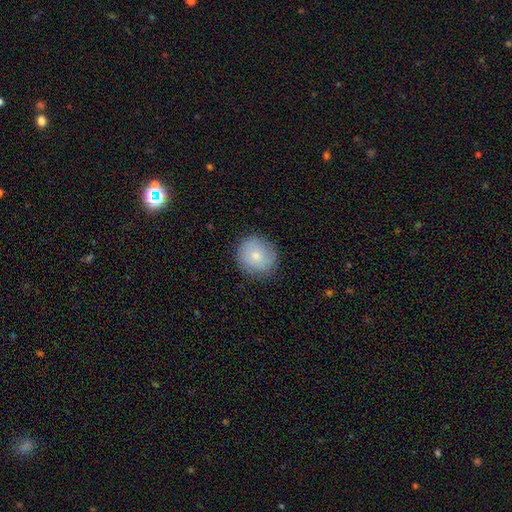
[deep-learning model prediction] Smooth or featured? Predicted: smooth (p=0.76). How rounded? Predicted: round (p=0.85). Merging? Predicted: none (p=0.83).